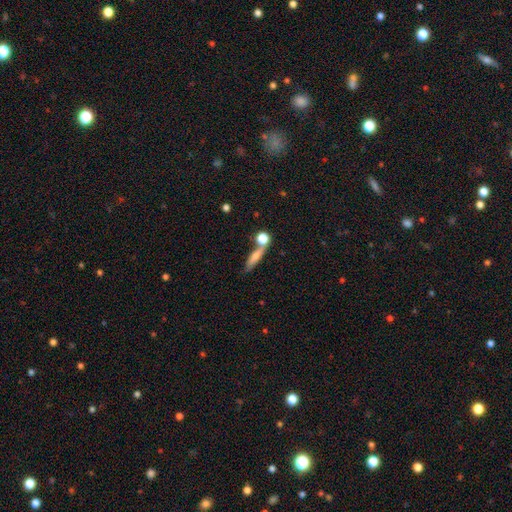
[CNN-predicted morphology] smooth-or-featured: smooth: 66% | featured or disk: 24% | star or artifact: 10%
  how-rounded: cigar-shaped: 70% | in between: 20% | round: 10%
  merging: none: 61% | merger: 20% | minor disturbance: 13% | major disturbance: 6%